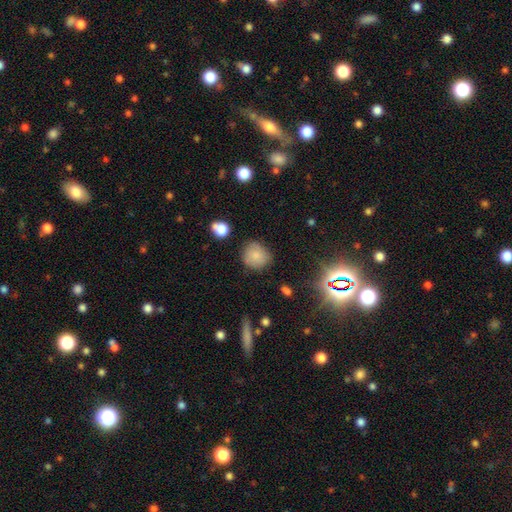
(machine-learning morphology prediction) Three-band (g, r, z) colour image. It shows a smooth galaxy with no disk features (80%) that is round (85%). Merging: none (76%).